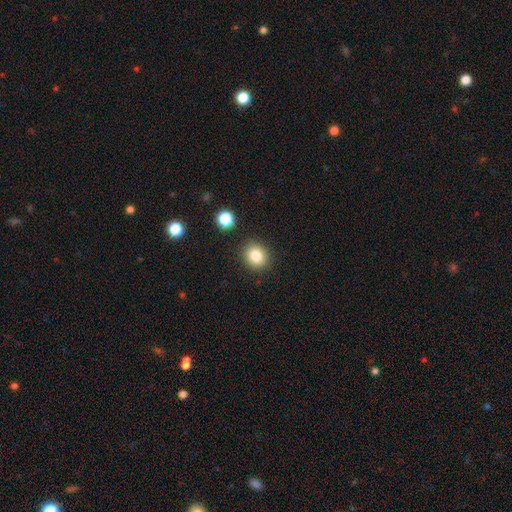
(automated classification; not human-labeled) A smooth galaxy with no disk features (82%) that is round (79%). Merging: none (88%).